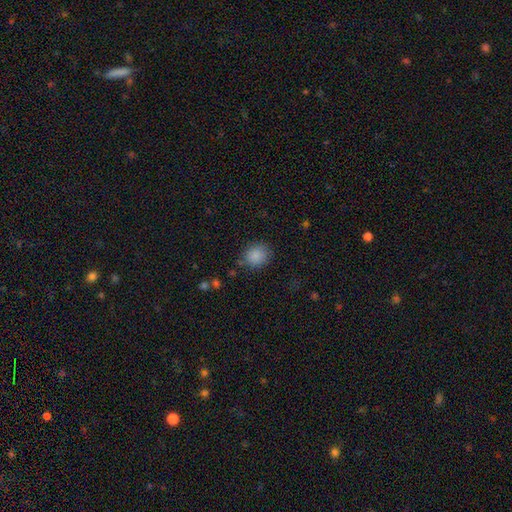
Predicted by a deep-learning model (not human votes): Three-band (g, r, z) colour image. It shows a smooth galaxy with no disk features (87%) that is round (73%). Merging: none (81%).